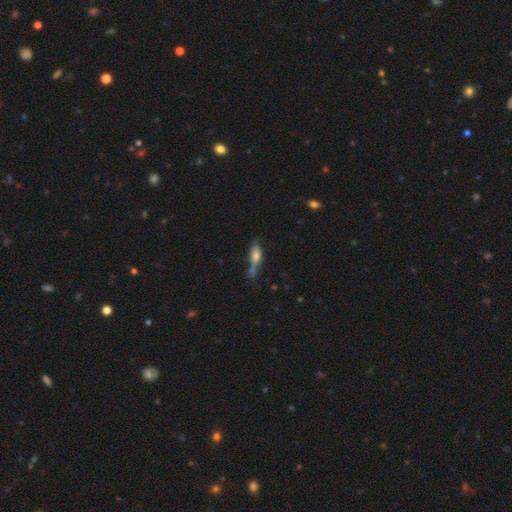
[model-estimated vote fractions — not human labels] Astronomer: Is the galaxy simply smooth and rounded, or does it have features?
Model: smooth — 66%.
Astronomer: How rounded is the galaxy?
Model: in between — 55% (runner-up: cigar-shaped, 41%).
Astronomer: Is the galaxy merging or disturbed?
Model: none — 43% (runner-up: merger, 26%).